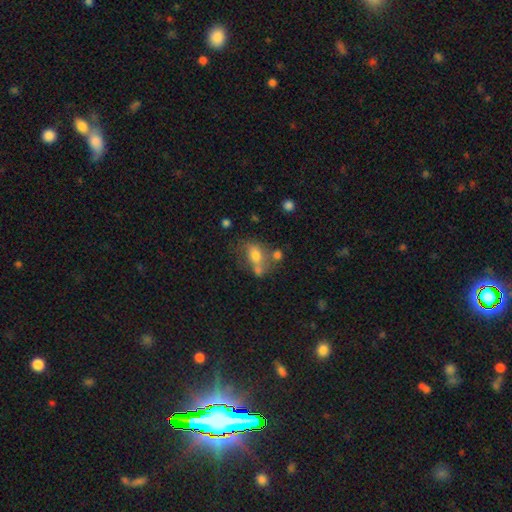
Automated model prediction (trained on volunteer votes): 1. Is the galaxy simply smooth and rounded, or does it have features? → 62% smooth, 25% featured or disk, 13% star or artifact.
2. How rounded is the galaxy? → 72% in between, 24% round, 4% cigar-shaped.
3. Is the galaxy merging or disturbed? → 39% none, 30% merger, 19% minor disturbance, 13% major disturbance.